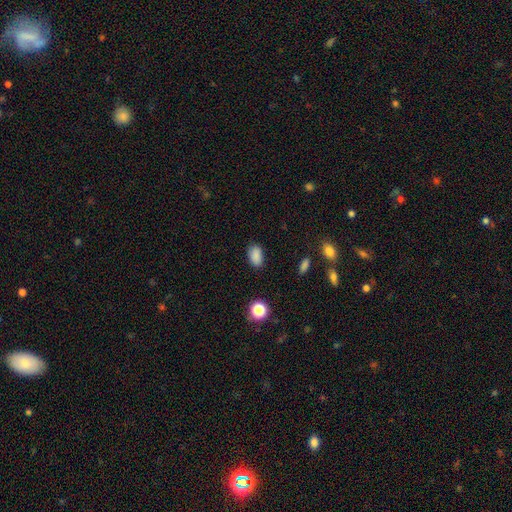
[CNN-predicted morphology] Smooth or featured? Predicted: smooth (p=0.86). How rounded? Predicted: in between (p=0.89). Merging? Predicted: none (p=0.83).